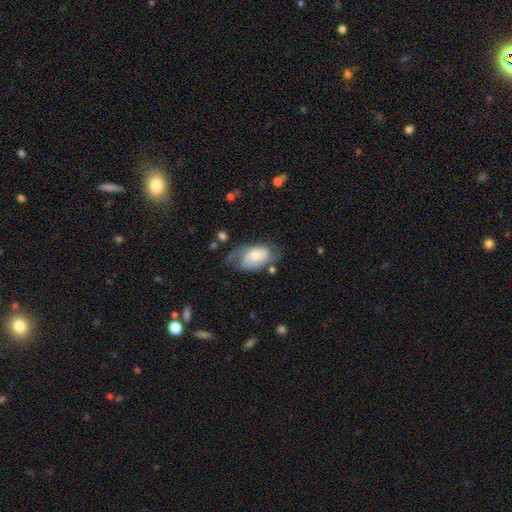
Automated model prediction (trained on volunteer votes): Smooth or featured?
  - featured or disk: 53% *
  - smooth: 40%
  - star or artifact: 7%
Edge-on disk?
  - no: 95% *
  - yes: 5%
Bar?
  - no: 68% *
  - weak: 27%
  - strong: 5%
Spiral arms?
  - yes: 81% *
  - no: 19%
Bulge size?
  - moderate: 47% *
  - small: 36%
  - large: 11%
  - none: 4%
  - dominant: 2%
Merging?
  - none: 44% *
  - minor disturbance: 30%
  - major disturbance: 22%
  - merger: 4%